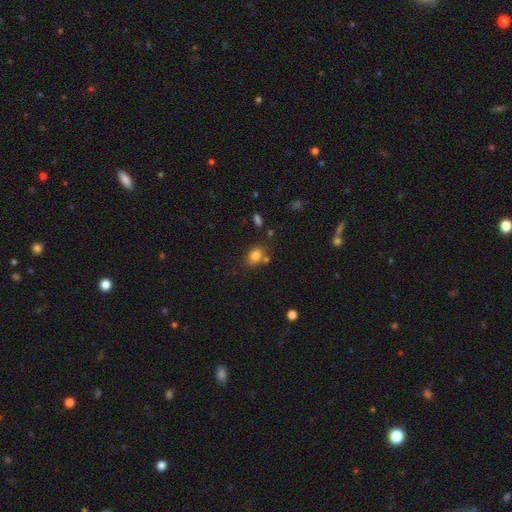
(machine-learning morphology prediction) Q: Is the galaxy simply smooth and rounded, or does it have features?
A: smooth — 81%.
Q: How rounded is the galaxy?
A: round — 51%.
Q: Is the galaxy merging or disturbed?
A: none — 69%.